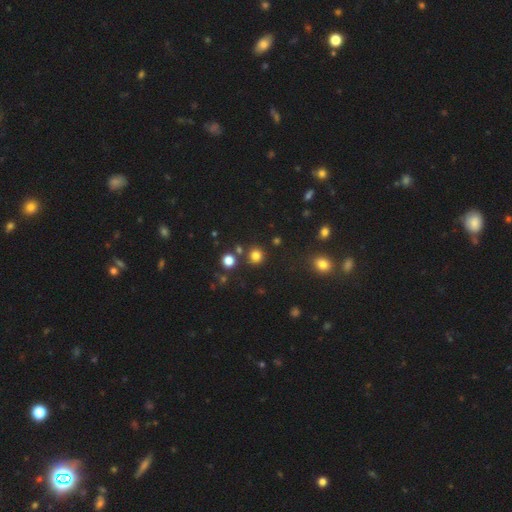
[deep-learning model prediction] smooth 79%, star or artifact 16%, featured or disk 5%. Down the decision tree: how rounded — round (92%); merging — none (83%).